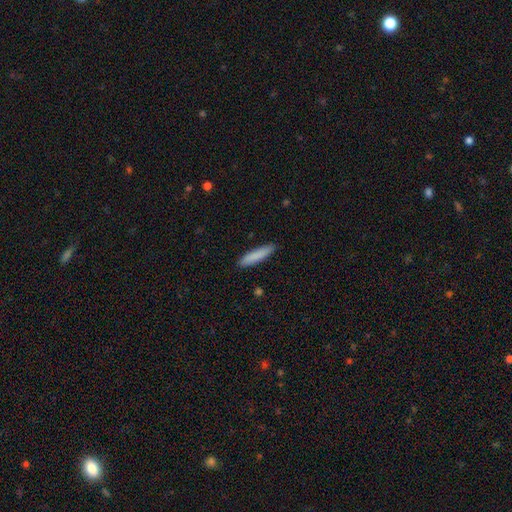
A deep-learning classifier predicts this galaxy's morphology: smooth_or_featured: smooth (p=0.85) [alt: featured or disk p=0.09]
how_rounded: cigar-shaped (p=0.84) [alt: in between p=0.15]
merging: none (p=0.88) [alt: minor disturbance p=0.09]